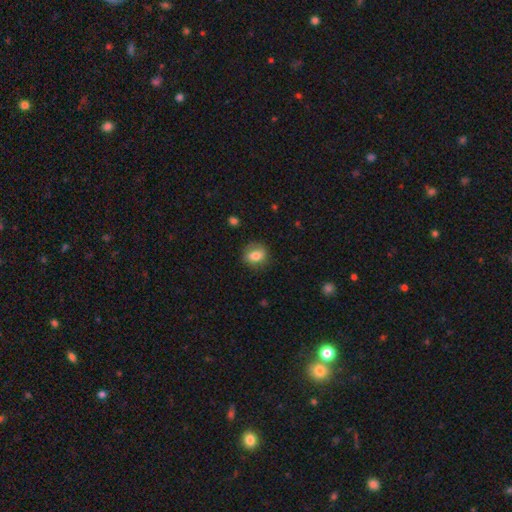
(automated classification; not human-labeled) Smooth or featured? Predicted: smooth (p=0.75). How rounded? Predicted: round (p=0.50). Merging? Predicted: none (p=0.74).